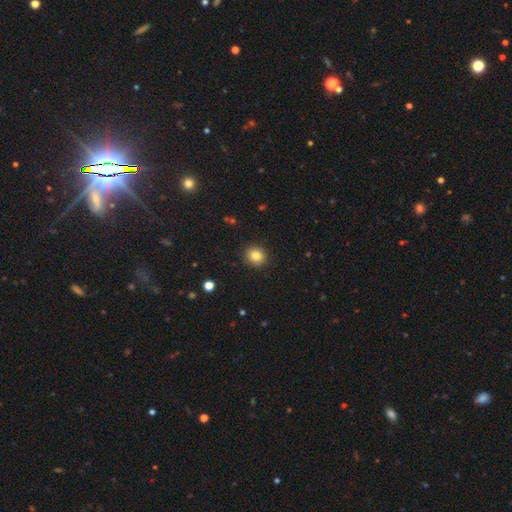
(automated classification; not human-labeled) Smooth or featured?
  - smooth: 82% *
  - star or artifact: 11%
  - featured or disk: 7%
How rounded?
  - round: 80% *
  - in between: 19%
  - cigar-shaped: 1%
Merging?
  - none: 90% *
  - minor disturbance: 7%
  - major disturbance: 2%
  - merger: 1%